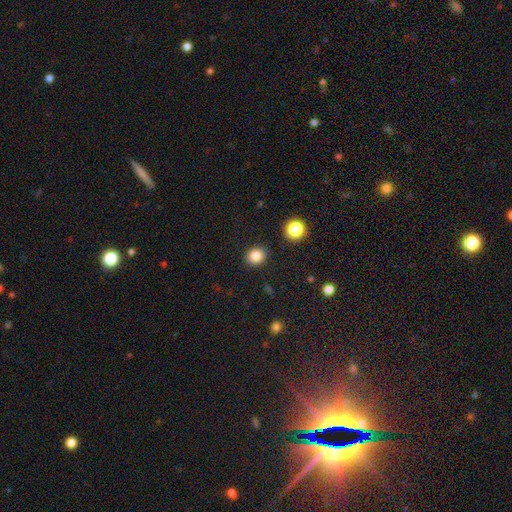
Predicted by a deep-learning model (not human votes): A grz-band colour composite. It shows a smooth galaxy with no disk features (84%) that is round (69%). Merging: none (90%).